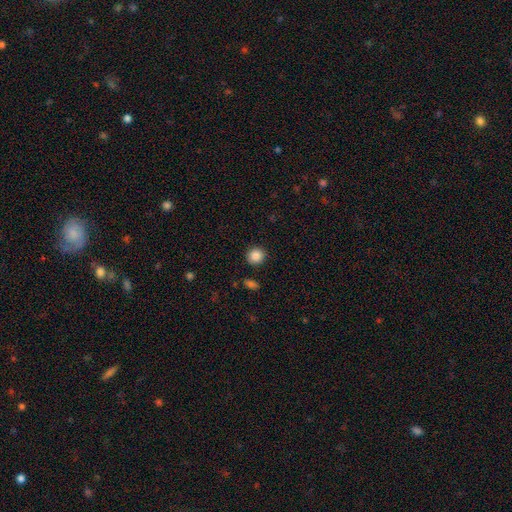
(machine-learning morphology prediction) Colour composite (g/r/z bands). It shows a smooth galaxy with no disk features (87%) that is round (89%). Merging: none (90%).